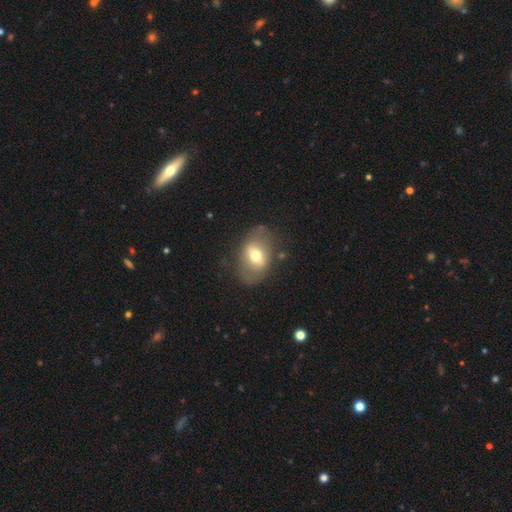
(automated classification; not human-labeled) Smooth or featured? smooth (53%)
How rounded? in between (76%)
Merging? none (69%)